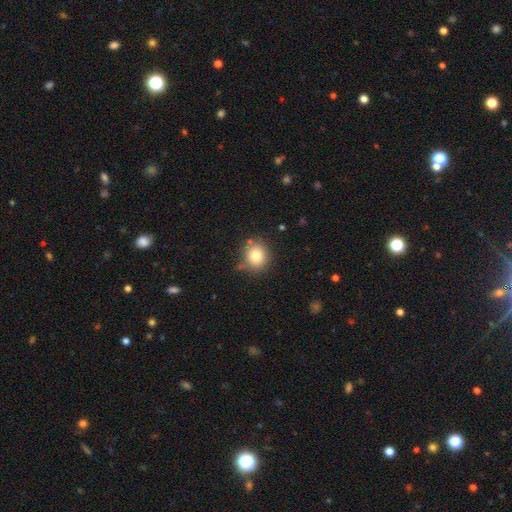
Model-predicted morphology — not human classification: Overall: smooth (80%). How rounded: round (79%). Merging: none (80%).